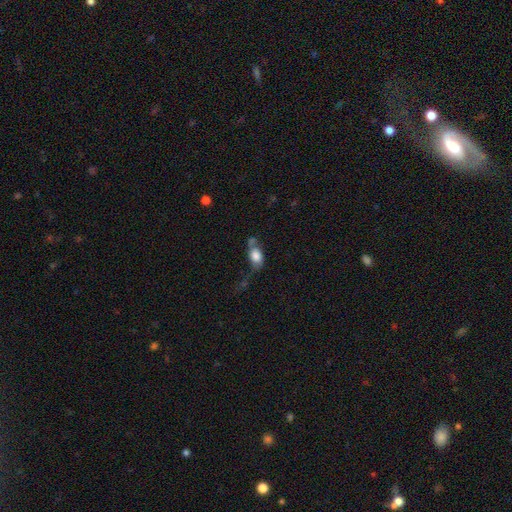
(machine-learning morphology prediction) This appears to be a smooth galaxy with no disk features (69%) that is in between round and cigar-shaped (83%). Merging: none (32%).